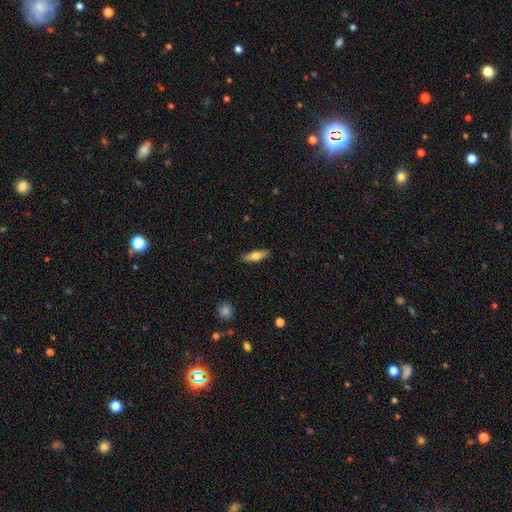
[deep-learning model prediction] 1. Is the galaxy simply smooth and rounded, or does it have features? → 64% smooth, 29% featured or disk, 6% star or artifact.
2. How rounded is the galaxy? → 49% cigar-shaped, 48% in between, 3% round.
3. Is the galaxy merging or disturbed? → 88% none, 9% minor disturbance, 2% major disturbance, 1% merger.